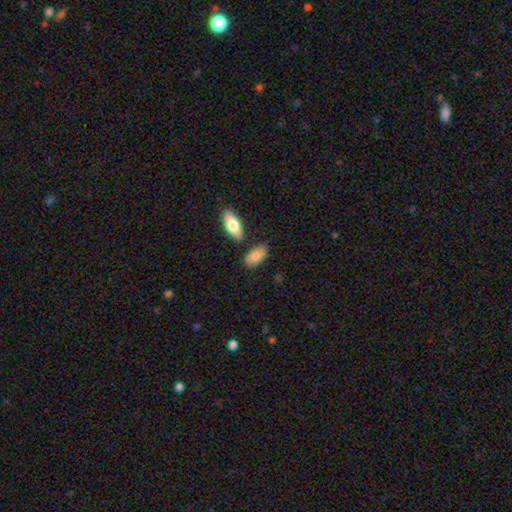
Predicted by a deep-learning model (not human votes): Smooth or featured? Predicted: smooth (p=0.81). How rounded? Predicted: in between (p=0.90). Merging? Predicted: none (p=0.70).